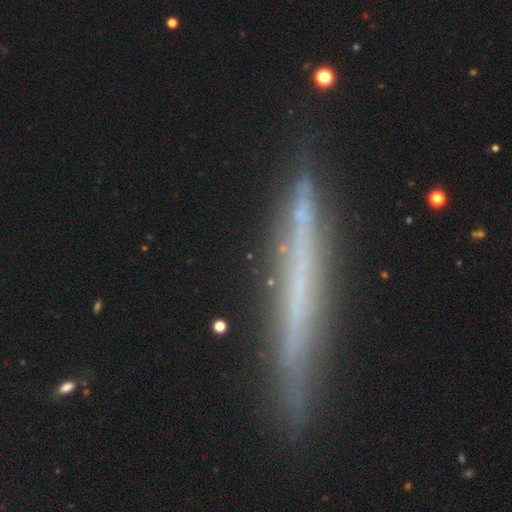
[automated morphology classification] type=featured or disk (67%); edge-on=yes (95%); edge-on bulge=none (89%); merging=none (85%).